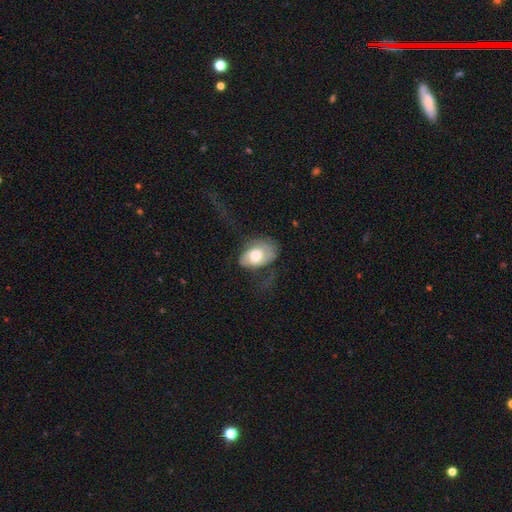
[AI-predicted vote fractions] This appears to be a featured or disk galaxy (54%) with no bar (73%), spiral arms (76%) and a moderate central bulge (63%). Merging: none (39%).